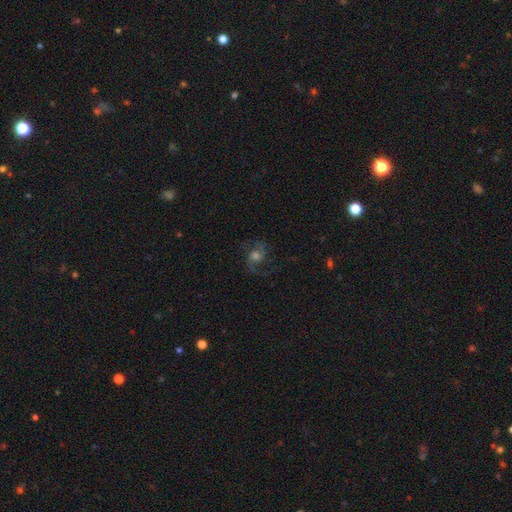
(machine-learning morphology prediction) A featured or disk galaxy (69%) with no bar (60%), 2 (88%) medium (49%) spiral arms (94%) and a moderate central bulge (49%). Merging: none (73%).